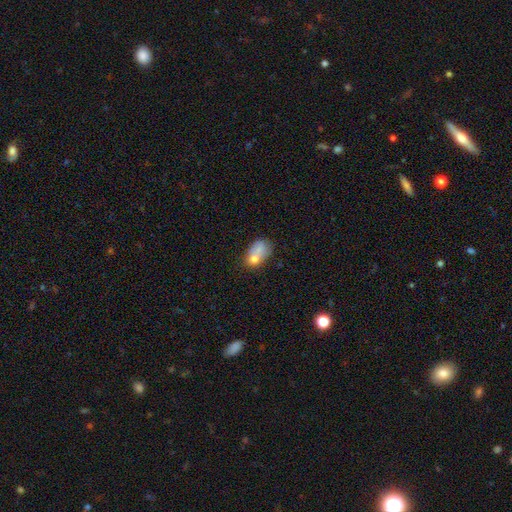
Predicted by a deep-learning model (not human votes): Smooth or featured? smooth (70%)
How rounded? in between (81%)
Merging? merger (38%)